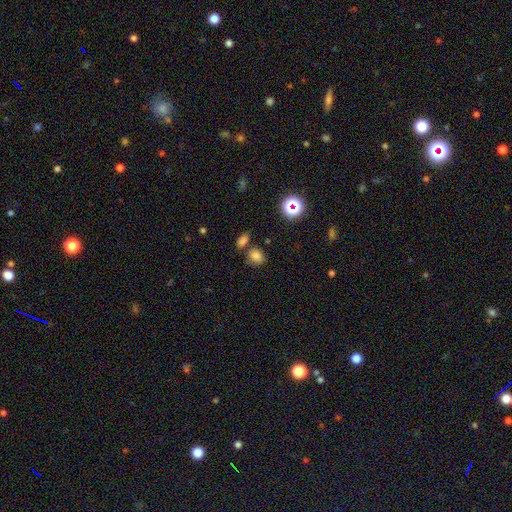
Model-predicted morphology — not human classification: This appears to be a smooth galaxy with no disk features (77%) that is round (61%). Merging: none (66%).